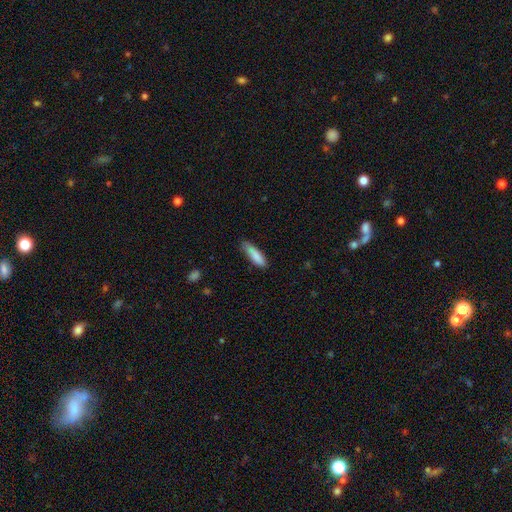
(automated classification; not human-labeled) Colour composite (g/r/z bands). It shows a smooth galaxy with no disk features (86%) that is cigar-shaped (64%). Merging: none (69%).